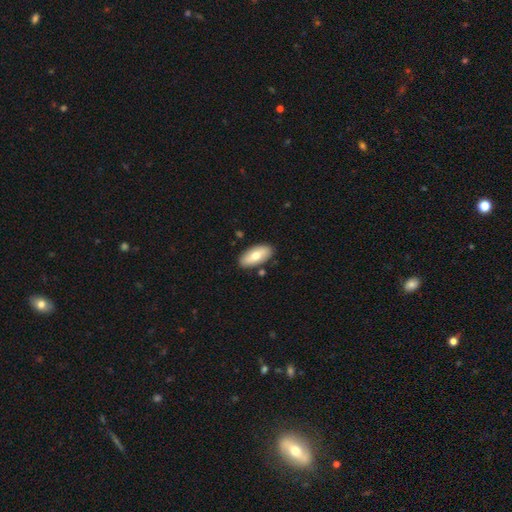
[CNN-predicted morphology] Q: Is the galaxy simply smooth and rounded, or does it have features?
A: smooth — 67%.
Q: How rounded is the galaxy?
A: in between — 91%.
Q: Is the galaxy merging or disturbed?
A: none — 84%.